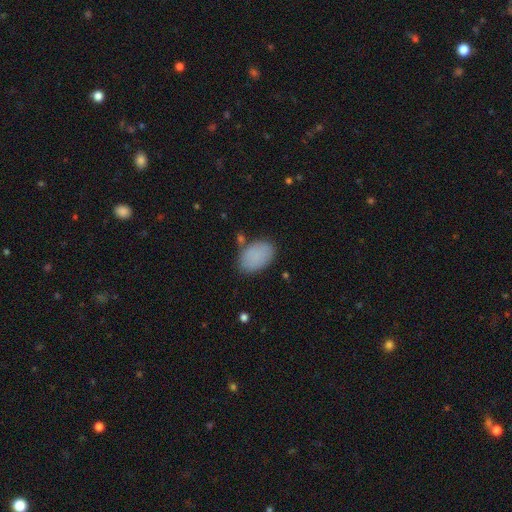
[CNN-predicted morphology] smooth-or-featured: smooth: 86% | star or artifact: 7% | featured or disk: 7%
  how-rounded: in between: 90% | round: 9% | cigar-shaped: 1%
  merging: none: 76% | minor disturbance: 16% | major disturbance: 4% | merger: 4%